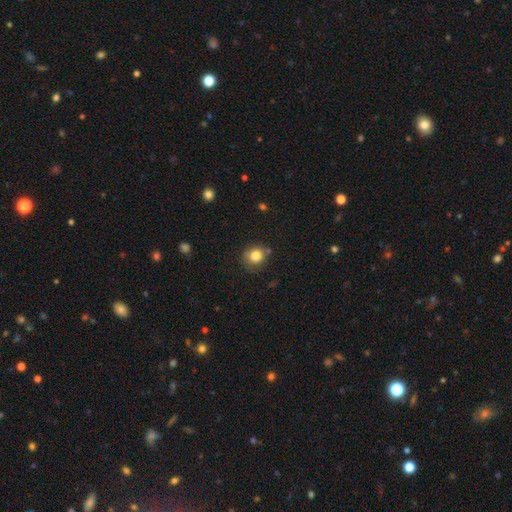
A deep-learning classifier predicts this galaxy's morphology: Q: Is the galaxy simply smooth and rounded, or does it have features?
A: smooth — 82%.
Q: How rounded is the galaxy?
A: round — 85%.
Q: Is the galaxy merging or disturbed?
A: none — 76%.